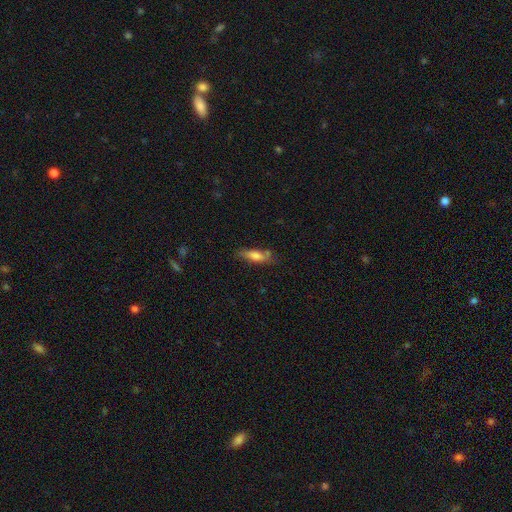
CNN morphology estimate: This appears to be a smooth galaxy with no disk features (69%) that is cigar-shaped (49%). Merging: none (63%).